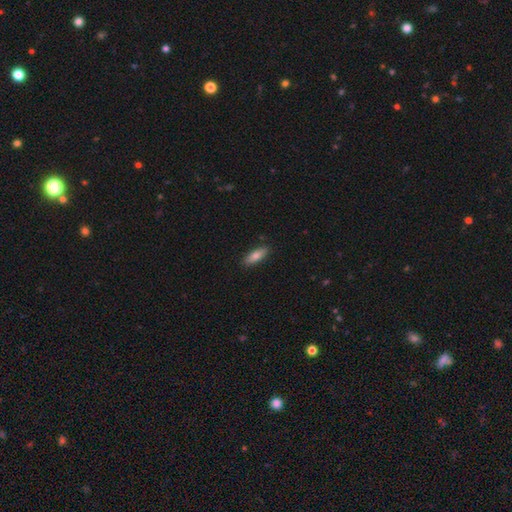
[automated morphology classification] Q: Smooth or featured?
A: smooth (76%); runner-up: featured or disk (18%)
Q: How rounded?
A: in between (61%); runner-up: cigar-shaped (37%)
Q: Merging?
A: none (88%); runner-up: minor disturbance (9%)